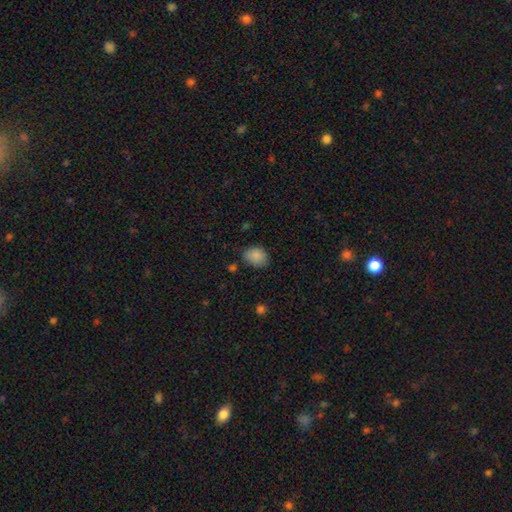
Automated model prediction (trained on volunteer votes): Smooth or featured: smooth — 87% (star or artifact — 8%)
How rounded: in between — 64% (round — 35%)
Merging: none — 75% (minor disturbance — 19%)